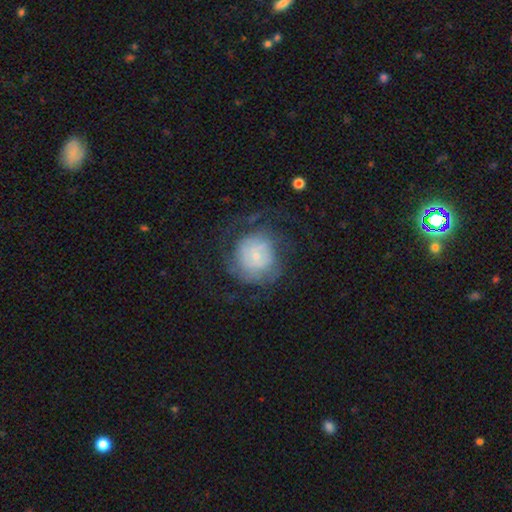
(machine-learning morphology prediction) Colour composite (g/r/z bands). It shows a featured or disk galaxy (50%). Merging: none (56%).